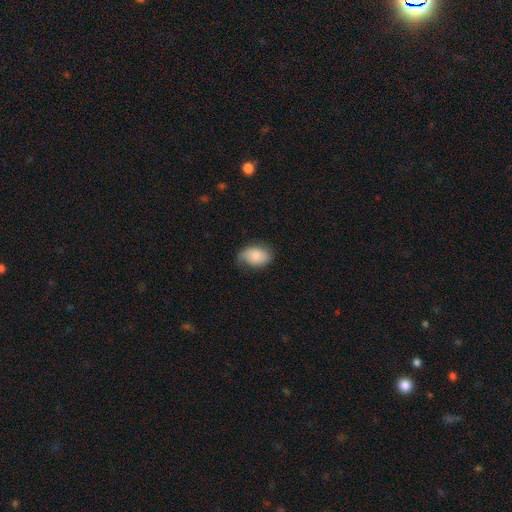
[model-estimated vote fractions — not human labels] smooth_or_featured: smooth (p=0.72) [alt: featured or disk p=0.22]
how_rounded: in between (p=0.85) [alt: round p=0.14]
merging: none (p=0.53) [alt: minor disturbance p=0.34]